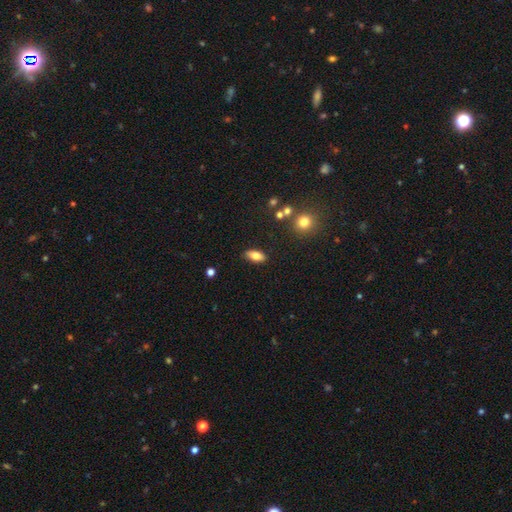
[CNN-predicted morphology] This appears to be a smooth galaxy with no disk features (77%) that is in between round and cigar-shaped (86%). Merging: none (85%).